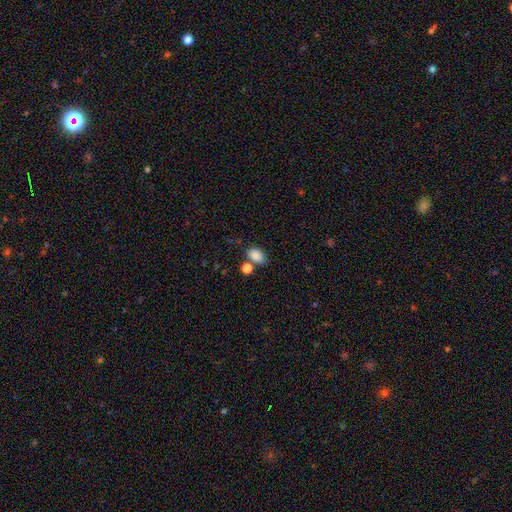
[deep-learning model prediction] Morphology: type=smooth (86%); roundness=in between (85%); merging=none (60%).